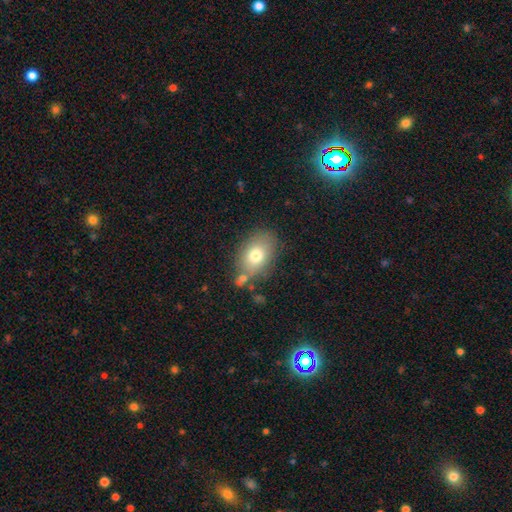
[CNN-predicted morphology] This is likely a smooth galaxy (75%). How rounded: clearly in between (81%). Merging: likely none (68%).